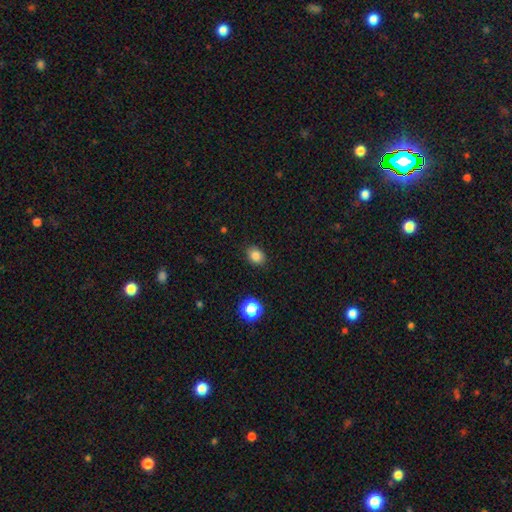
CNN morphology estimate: Smooth or featured?
  - smooth: 83% *
  - star or artifact: 12%
  - featured or disk: 5%
How rounded?
  - in between: 58% *
  - round: 42%
  - cigar-shaped: 1%
Merging?
  - none: 85% *
  - minor disturbance: 11%
  - major disturbance: 3%
  - merger: 1%